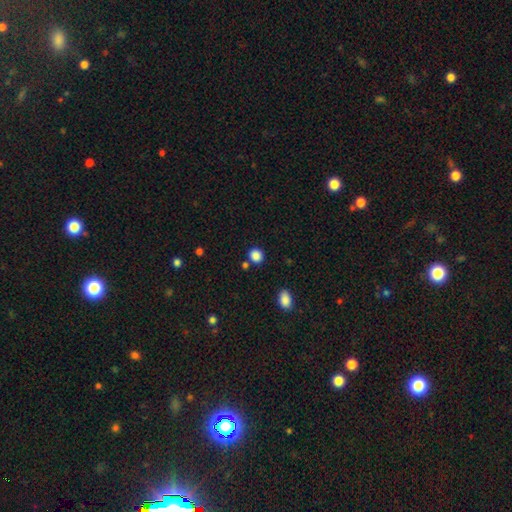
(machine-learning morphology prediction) A smooth galaxy with no disk features (87%) that is round (79%).

Vote fractions:
- Smooth or featured? smooth: 87% / star or artifact: 10% / featured or disk: 3%
- How rounded? round: 79% / in between: 20% / cigar-shaped: 1%
- Merging? none: 80% / minor disturbance: 9% / merger: 7% / major disturbance: 3%